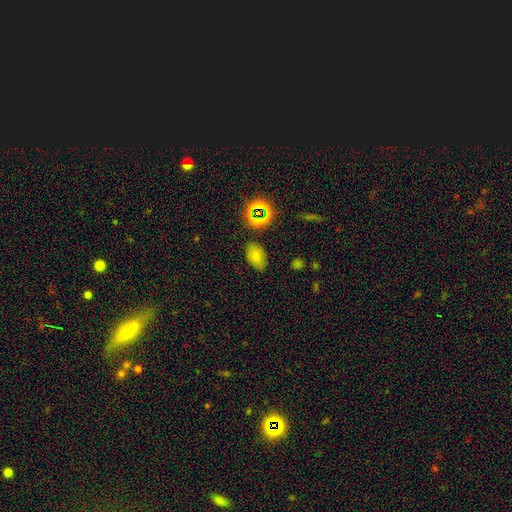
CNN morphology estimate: Q: Smooth or featured?
A: smooth (72%); runner-up: star or artifact (19%)
Q: How rounded?
A: in between (88%); runner-up: round (10%)
Q: Merging?
A: none (79%); runner-up: minor disturbance (14%)